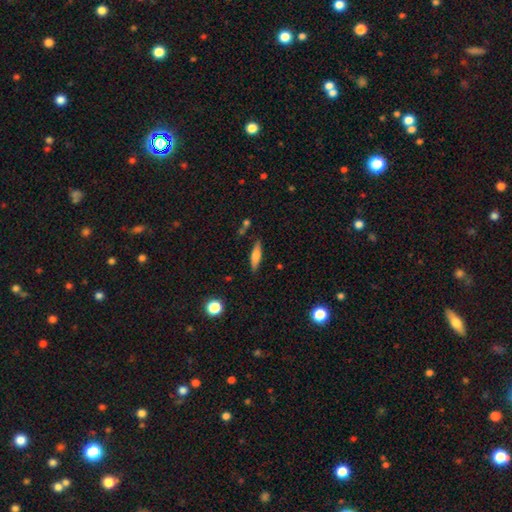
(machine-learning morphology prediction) The model was most divided on "smooth or featured": smooth: 56%, featured or disk: 36%, star or artifact: 8%. More confident: merging — none (84%); how rounded — cigar-shaped (68%).